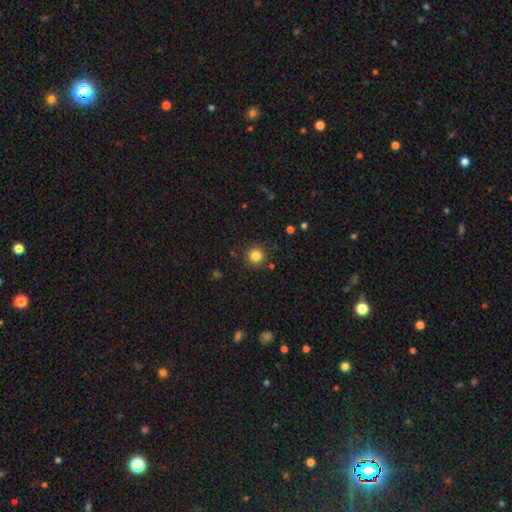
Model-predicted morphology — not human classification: The model was most divided on "smooth or featured": smooth: 83%, star or artifact: 12%, featured or disk: 5%. More confident: how rounded — round (95%); merging — none (90%).